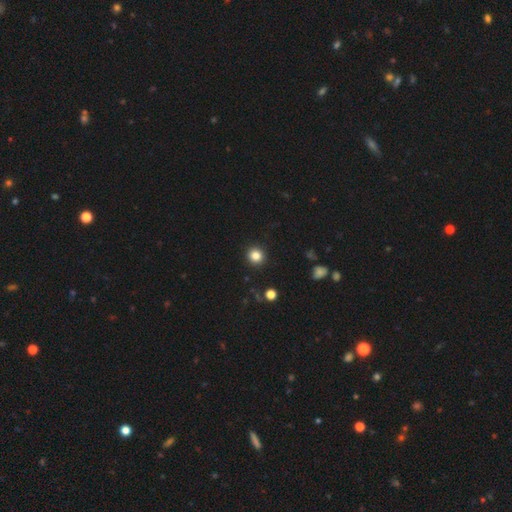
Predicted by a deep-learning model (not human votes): This is clearly a smooth galaxy (83%). How rounded: clearly round (93%). Merging: clearly none (93%).